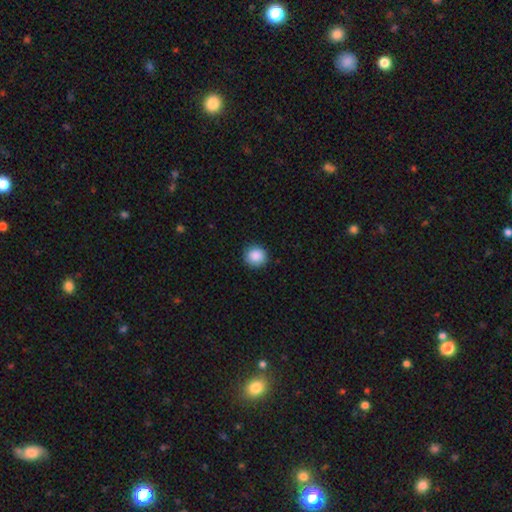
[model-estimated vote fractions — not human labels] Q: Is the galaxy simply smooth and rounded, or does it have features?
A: smooth — 89%.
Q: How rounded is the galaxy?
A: round — 93%.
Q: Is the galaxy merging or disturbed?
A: none — 90%.